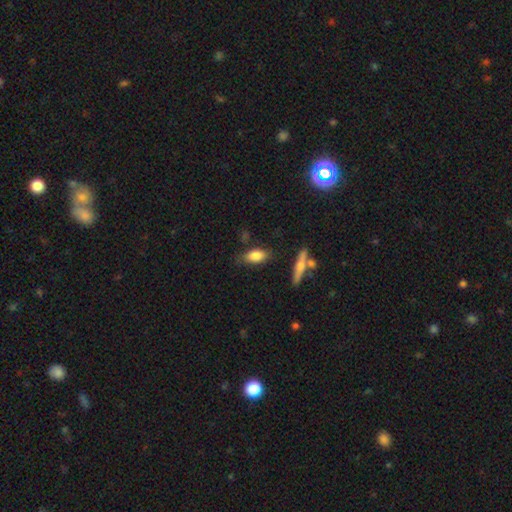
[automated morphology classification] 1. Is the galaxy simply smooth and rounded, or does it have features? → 79% smooth, 14% featured or disk, 7% star or artifact.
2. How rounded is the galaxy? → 82% in between, 13% cigar-shaped, 4% round.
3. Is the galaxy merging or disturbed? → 71% none, 20% minor disturbance, 5% major disturbance, 5% merger.